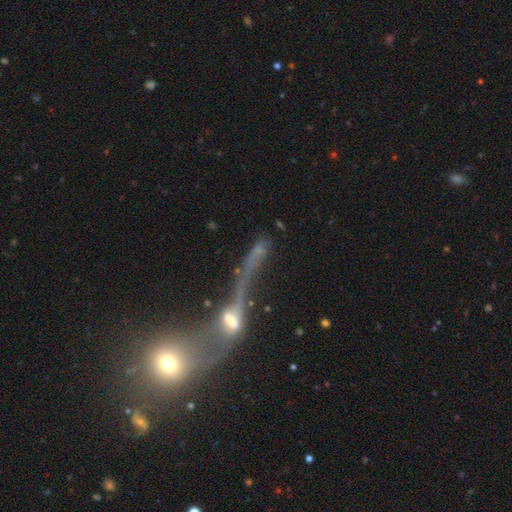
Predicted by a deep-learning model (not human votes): Smooth or featured? Predicted: featured or disk (p=0.49). Merging? Predicted: merger (p=0.48).